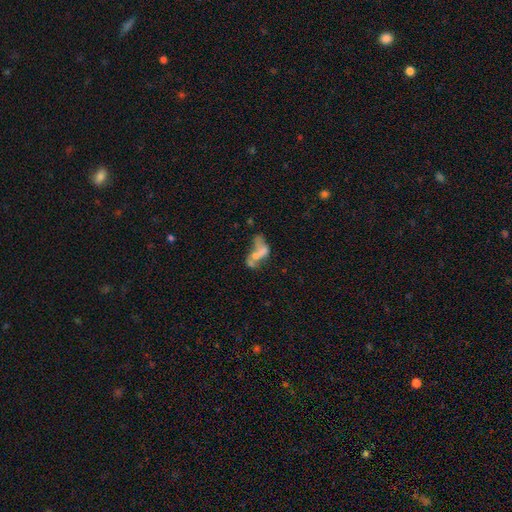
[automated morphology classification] A featured or disk galaxy (48%). Merging: merger (49%).